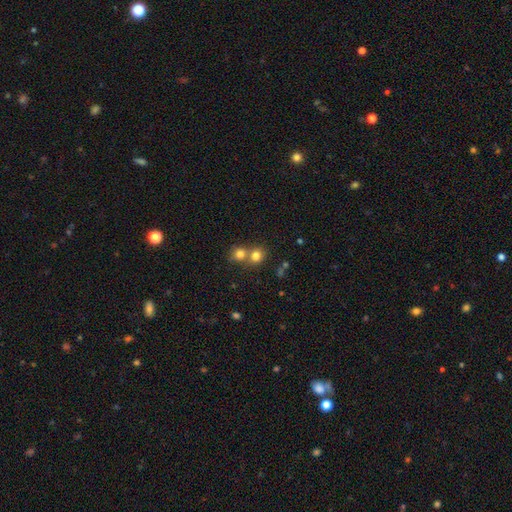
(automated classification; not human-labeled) Q: Smooth or featured?
A: smooth (78%); runner-up: star or artifact (13%)
Q: How rounded?
A: round (80%); runner-up: in between (19%)
Q: Merging?
A: merger (48%); runner-up: none (44%)